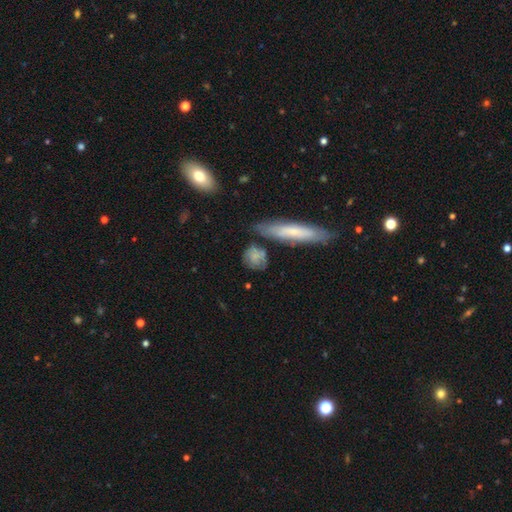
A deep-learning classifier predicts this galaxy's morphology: Smooth or featured: smooth — 65% (featured or disk — 28%)
How rounded: round — 54% (in between — 34%)
Merging: none — 58% (minor disturbance — 22%)